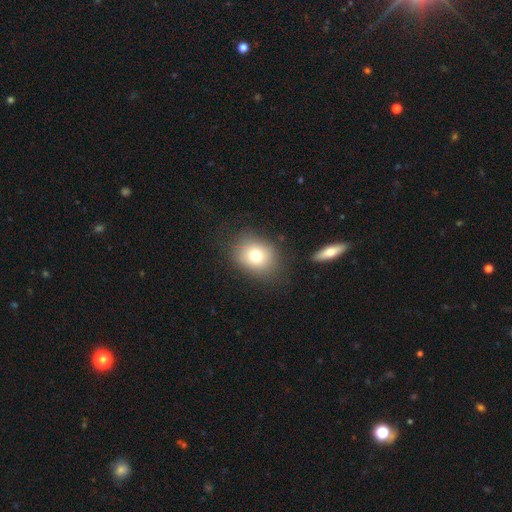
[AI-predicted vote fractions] Morphology: type=smooth (76%); roundness=round (53%); merging=none (78%).